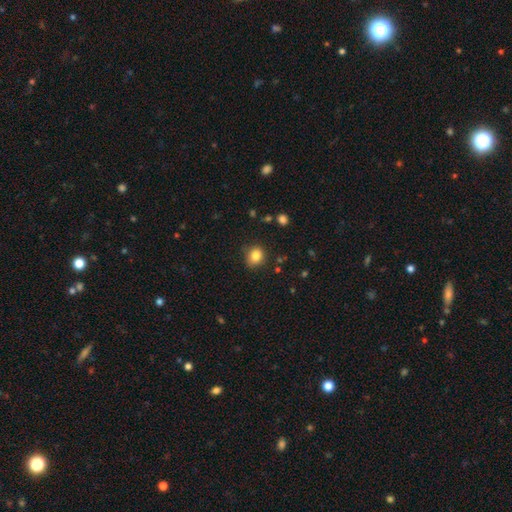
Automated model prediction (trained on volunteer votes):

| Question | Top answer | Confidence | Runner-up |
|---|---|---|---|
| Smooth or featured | smooth | 83% | star or artifact (11%) |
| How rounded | round | 73% | in between (26%) |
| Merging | none | 81% | minor disturbance (14%) |